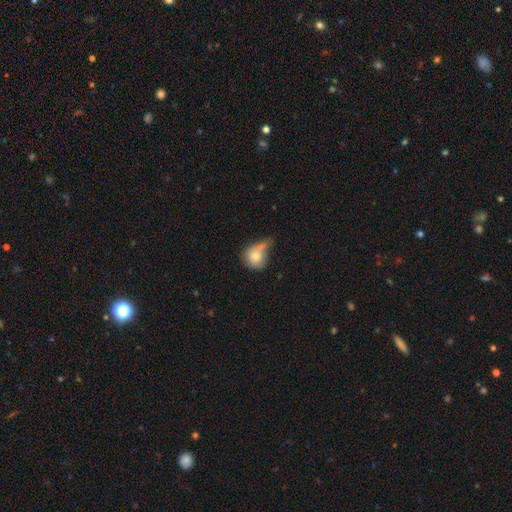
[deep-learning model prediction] smooth_or_featured: smooth (p=0.73) [alt: featured or disk p=0.19]
how_rounded: round (p=0.68) [alt: in between p=0.31]
merging: minor disturbance (p=0.29) [alt: major disturbance p=0.27]